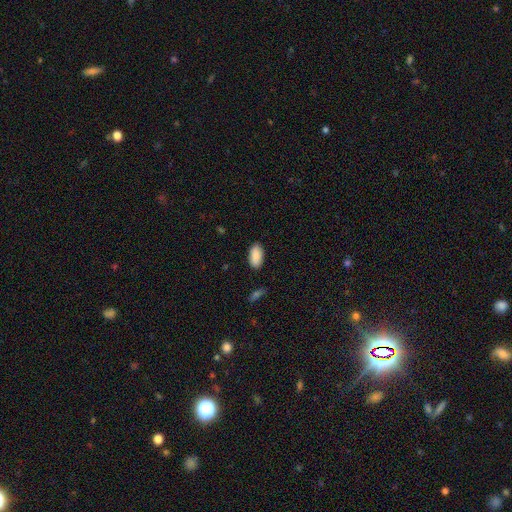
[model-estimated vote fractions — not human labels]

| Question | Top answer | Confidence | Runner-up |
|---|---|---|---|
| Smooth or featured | smooth | 90% | star or artifact (6%) |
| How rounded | in between | 94% | cigar-shaped (4%) |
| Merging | none | 87% | minor disturbance (10%) |